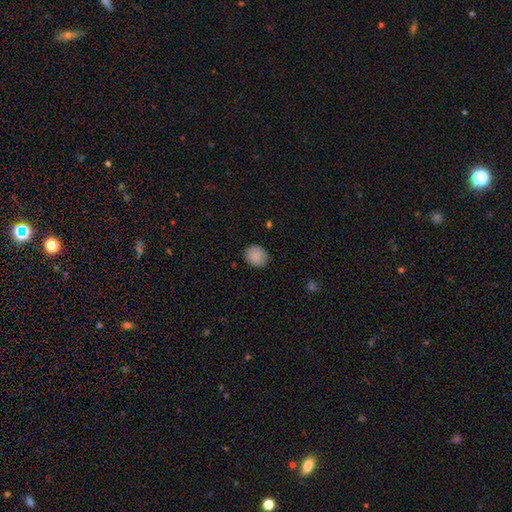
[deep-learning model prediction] This is clearly a smooth galaxy (87%). How rounded: likely round (66%). Merging: clearly none (85%).